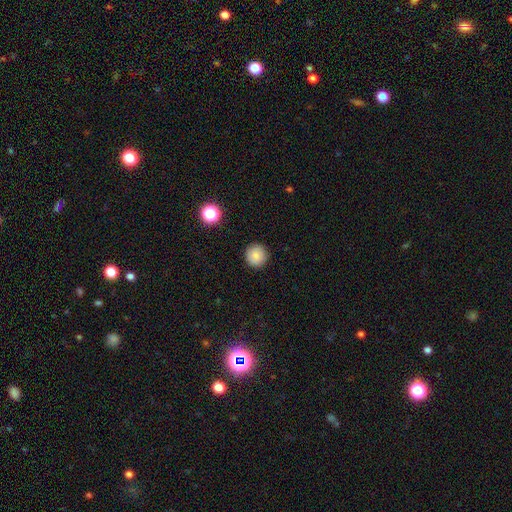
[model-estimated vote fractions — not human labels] smooth 85%, star or artifact 10%, featured or disk 5%. Down the decision tree: how rounded — round (96%); merging — none (92%).